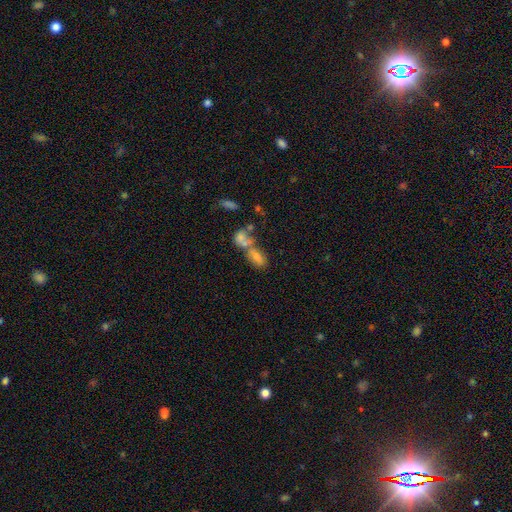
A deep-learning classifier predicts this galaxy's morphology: This appears to be a smooth galaxy with no disk features (46%). Merging: merger (51%).